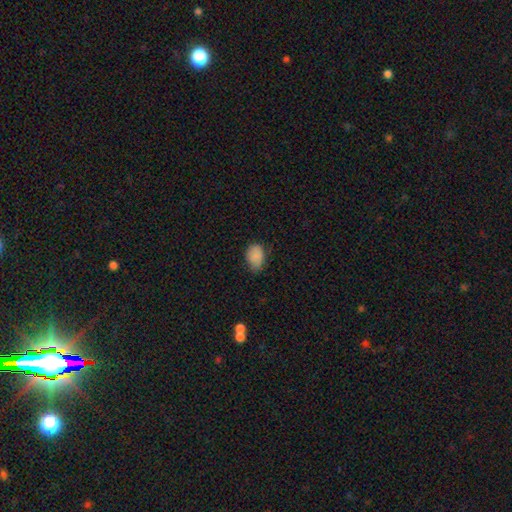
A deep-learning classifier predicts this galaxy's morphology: Q: Smooth or featured?
A: smooth (86%); runner-up: star or artifact (8%)
Q: How rounded?
A: in between (78%); runner-up: round (21%)
Q: Merging?
A: none (63%); runner-up: minor disturbance (31%)